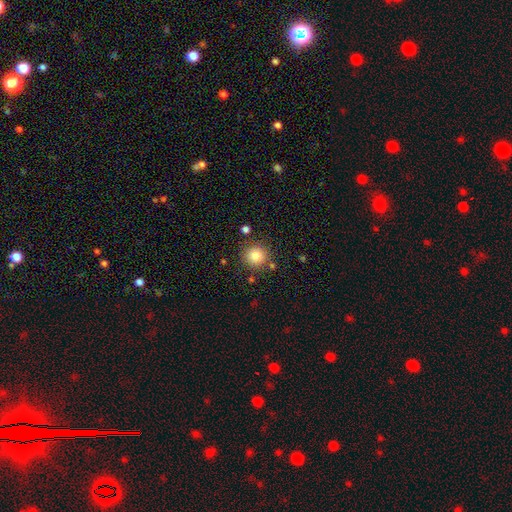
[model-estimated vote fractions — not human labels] smooth-or-featured: smooth: 83% | star or artifact: 11% | featured or disk: 6%
  how-rounded: round: 94% | in between: 5% | cigar-shaped: 1%
  merging: none: 85% | minor disturbance: 8% | merger: 4% | major disturbance: 3%